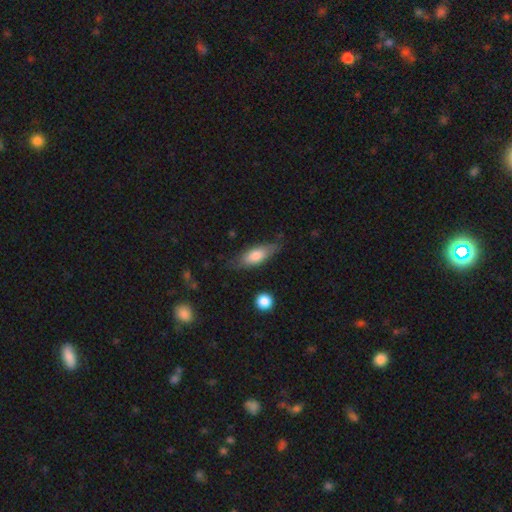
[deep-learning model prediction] smooth-or-featured: smooth: 71% | featured or disk: 23% | star or artifact: 6%
  how-rounded: in between: 69% | cigar-shaped: 28% | round: 3%
  merging: none: 66% | minor disturbance: 25% | major disturbance: 6% | merger: 2%